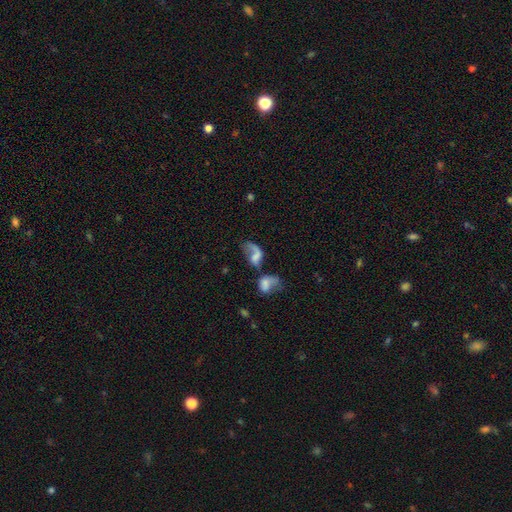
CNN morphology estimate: smooth_or_featured: featured or disk (p=0.51) [alt: smooth p=0.37]
disk_edge_on: no (p=0.96) [alt: yes p=0.04]
merging: merger (p=0.49) [alt: major disturbance p=0.25]